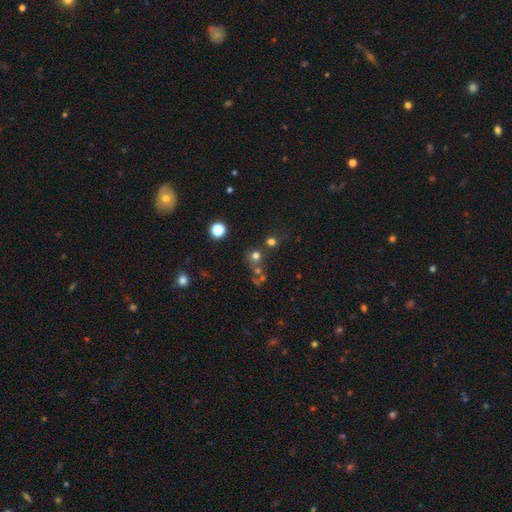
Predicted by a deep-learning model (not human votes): Smooth or featured? Predicted: smooth (p=0.63). How rounded? Predicted: round (p=0.89). Merging? Predicted: none (p=0.62).